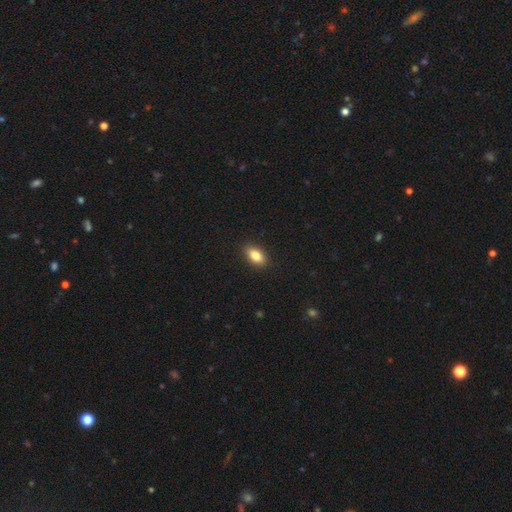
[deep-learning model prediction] smooth_or_featured: smooth (p=0.84) [alt: featured or disk p=0.08]
how_rounded: in between (p=0.89) [alt: round p=0.07]
merging: none (p=0.90) [alt: minor disturbance p=0.07]